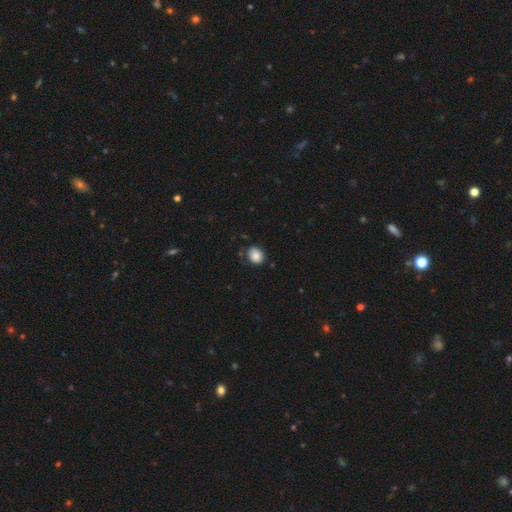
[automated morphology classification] Q: Smooth or featured?
A: smooth (87%); runner-up: star or artifact (9%)
Q: How rounded?
A: round (54%); runner-up: in between (45%)
Q: Merging?
A: none (80%); runner-up: minor disturbance (15%)